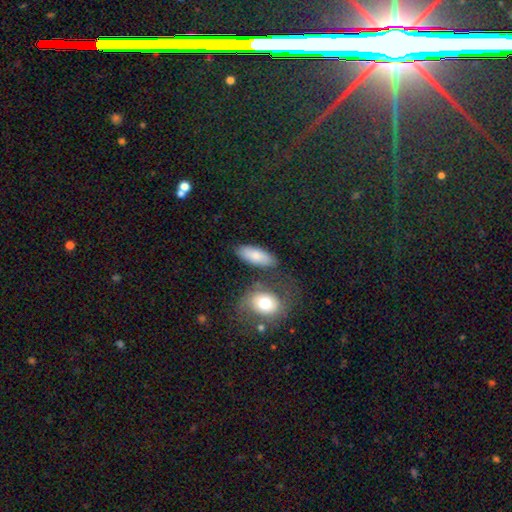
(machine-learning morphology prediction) The model was most divided on "merging": none: 72%, minor disturbance: 14%, merger: 9%, major disturbance: 5%. More confident: smooth or featured — smooth (79%); how rounded — in between (79%).